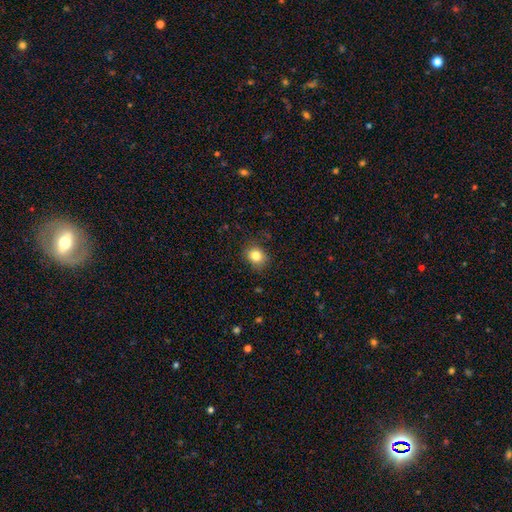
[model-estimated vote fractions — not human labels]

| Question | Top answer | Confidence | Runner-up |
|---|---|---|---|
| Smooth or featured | smooth | 83% | star or artifact (11%) |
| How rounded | round | 65% | in between (34%) |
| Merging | none | 82% | minor disturbance (14%) |